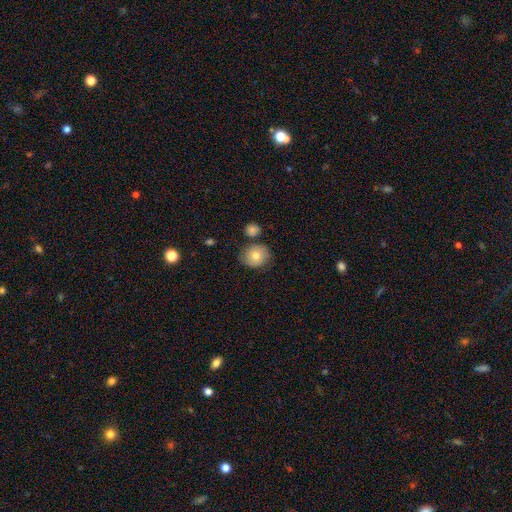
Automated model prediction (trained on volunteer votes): A smooth galaxy with no disk features (72%) that is round (71%). Merging: none (71%).